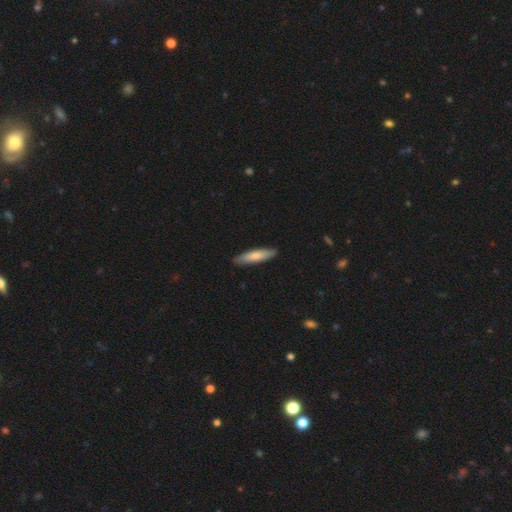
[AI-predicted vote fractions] A smooth galaxy with no disk features (74%) that is cigar-shaped (78%).

Vote fractions:
- Smooth or featured? smooth: 74% / featured or disk: 21% / star or artifact: 5%
- How rounded? cigar-shaped: 78% / in between: 21% / round: 1%
- Merging? none: 88% / minor disturbance: 9% / major disturbance: 2% / merger: 1%